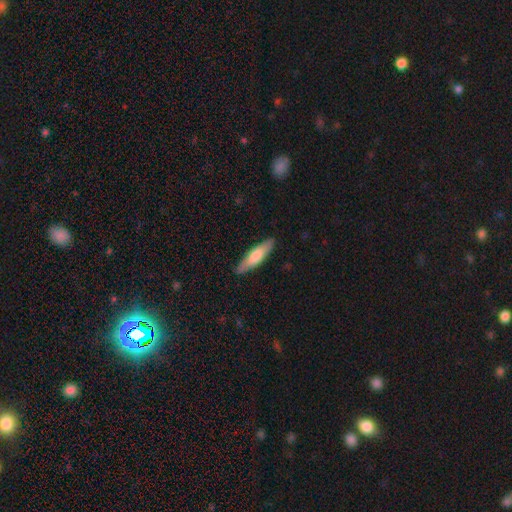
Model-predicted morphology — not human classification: Q: Smooth or featured?
A: smooth (69%); runner-up: featured or disk (26%)
Q: How rounded?
A: cigar-shaped (71%); runner-up: in between (27%)
Q: Merging?
A: none (87%); runner-up: minor disturbance (10%)